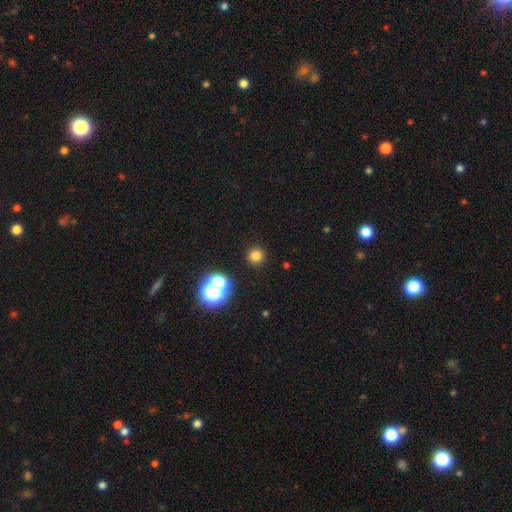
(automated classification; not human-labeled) smooth 75%, star or artifact 19%, featured or disk 6%. Down the decision tree: how rounded — round (93%); merging — none (89%).